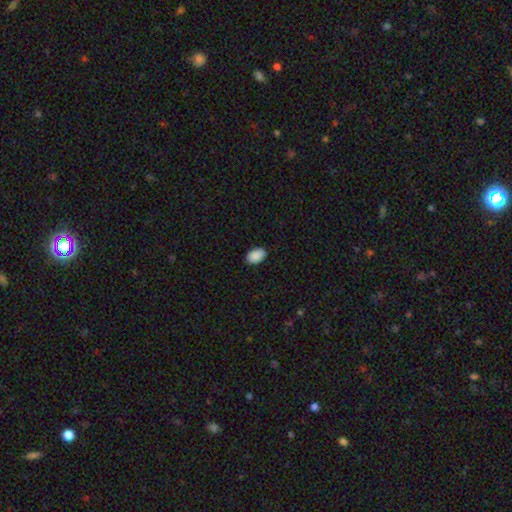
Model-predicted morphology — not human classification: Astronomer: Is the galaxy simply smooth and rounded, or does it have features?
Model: smooth — 90%.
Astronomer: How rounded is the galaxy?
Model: in between — 91%.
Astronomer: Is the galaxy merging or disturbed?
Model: none — 88%.